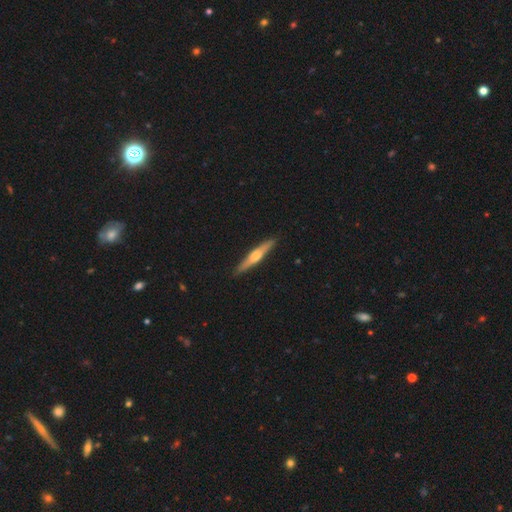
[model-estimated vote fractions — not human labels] featured or disk 59%, smooth 36%, star or artifact 5%. Down the decision tree: edge-on disk — yes (96%); edge-on bulge — rounded (86%); merging — none (91%).